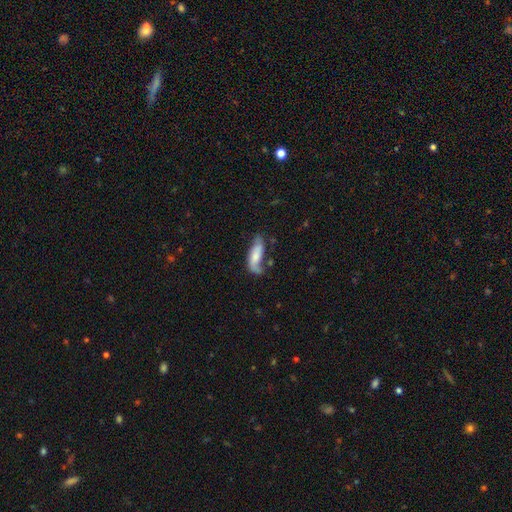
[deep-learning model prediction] Smooth or featured: smooth — 56% (featured or disk — 37%)
How rounded: in between — 64% (cigar-shaped — 34%)
Merging: none — 46% (minor disturbance — 29%)